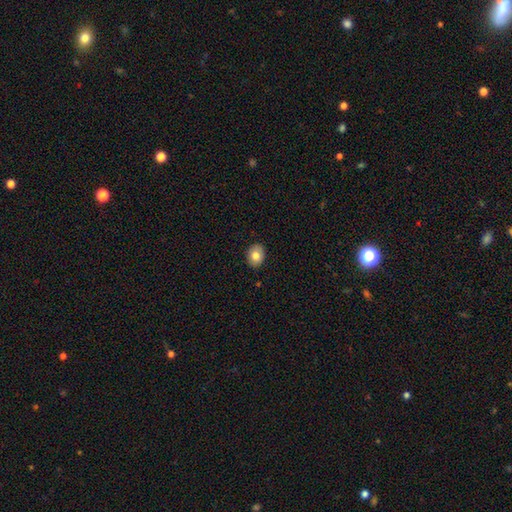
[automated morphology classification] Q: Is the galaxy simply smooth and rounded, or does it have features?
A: smooth — 80%.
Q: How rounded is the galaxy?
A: in between — 62%.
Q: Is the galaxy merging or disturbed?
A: none — 89%.